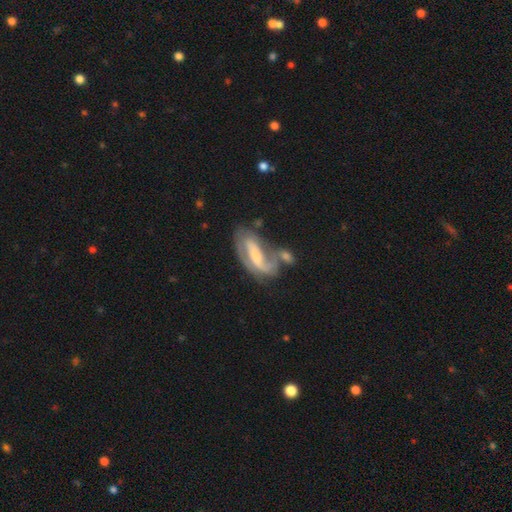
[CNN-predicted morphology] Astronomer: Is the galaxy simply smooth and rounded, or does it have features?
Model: featured or disk — 76%.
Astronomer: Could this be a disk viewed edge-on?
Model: no — 93%.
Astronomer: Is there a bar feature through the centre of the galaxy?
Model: strong — 42% (runner-up: weak, 33%).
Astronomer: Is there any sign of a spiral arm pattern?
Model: yes — 86%.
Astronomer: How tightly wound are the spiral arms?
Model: medium — 44% (runner-up: tight, 29%).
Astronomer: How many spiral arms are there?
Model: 2 — 67%.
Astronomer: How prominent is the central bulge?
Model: small — 45% (runner-up: moderate, 35%).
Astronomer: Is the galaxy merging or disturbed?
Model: none — 35% (runner-up: merger, 26%).